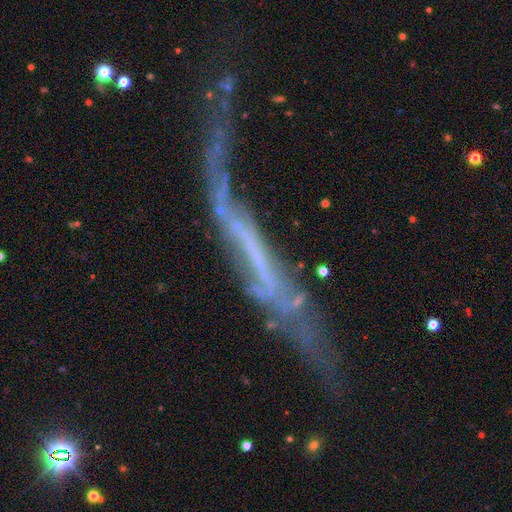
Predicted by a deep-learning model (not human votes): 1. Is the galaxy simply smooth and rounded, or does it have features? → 72% featured or disk, 15% smooth, 13% star or artifact.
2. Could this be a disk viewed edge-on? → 51% no, 49% yes.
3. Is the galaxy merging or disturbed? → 42% major disturbance, 30% none, 19% minor disturbance, 9% merger.